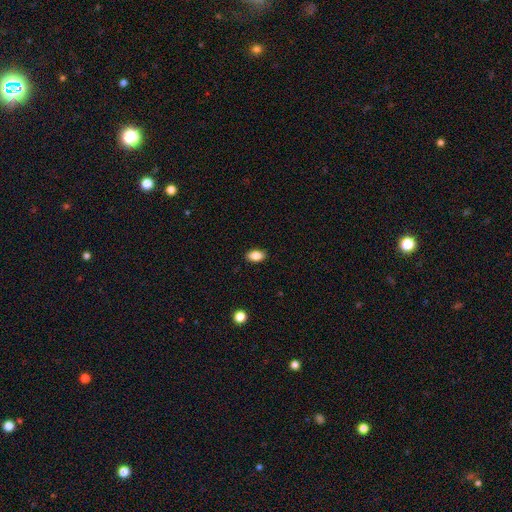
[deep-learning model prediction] Q: Smooth or featured?
A: smooth (86%); runner-up: star or artifact (8%)
Q: How rounded?
A: in between (89%); runner-up: round (9%)
Q: Merging?
A: none (89%); runner-up: minor disturbance (8%)